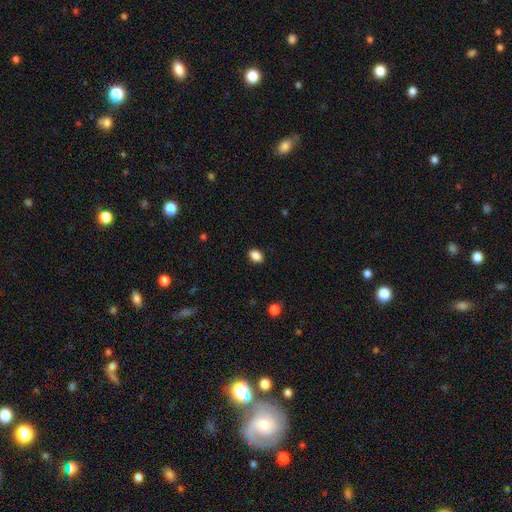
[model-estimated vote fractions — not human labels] Morphology: type=smooth (88%); roundness=in between (80%); merging=none (89%).